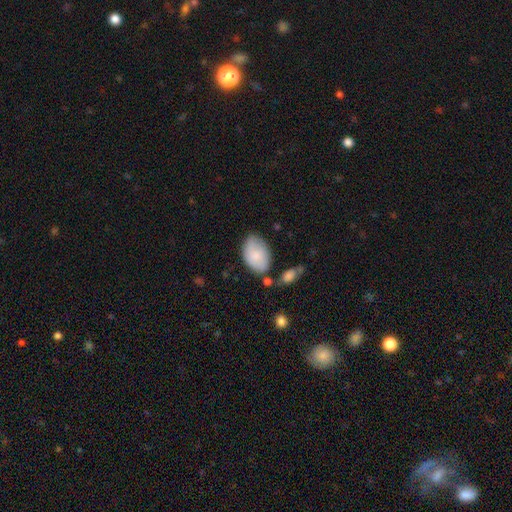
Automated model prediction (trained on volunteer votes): A smooth galaxy with no disk features (82%) that is in between round and cigar-shaped (91%). Merging: none (66%).